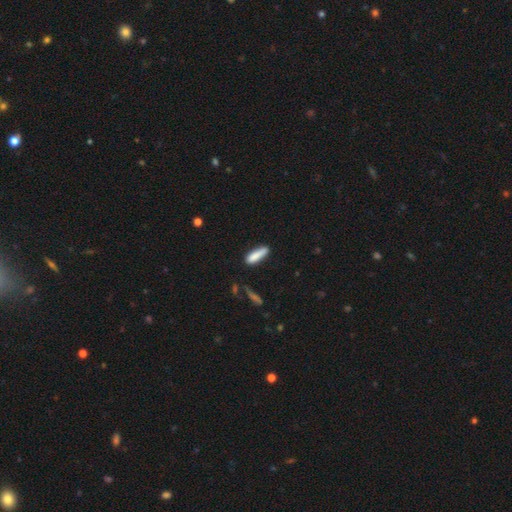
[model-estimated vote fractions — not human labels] A smooth galaxy with no disk features (84%) that is cigar-shaped (67%).

Vote fractions:
- Smooth or featured? smooth: 84% / featured or disk: 9% / star or artifact: 7%
- How rounded? cigar-shaped: 67% / in between: 32% / round: 2%
- Merging? none: 75% / minor disturbance: 18% / major disturbance: 4% / merger: 3%